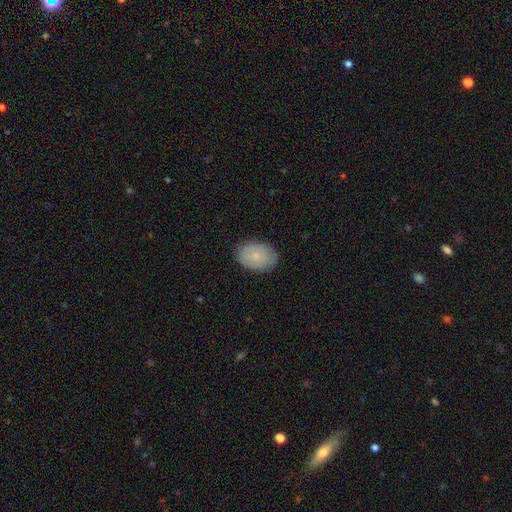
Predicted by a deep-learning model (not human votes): smooth-or-featured: smooth: 77% | featured or disk: 16% | star or artifact: 7%
  how-rounded: in between: 80% | round: 19% | cigar-shaped: 1%
  merging: none: 83% | minor disturbance: 14% | major disturbance: 3% | merger: 1%